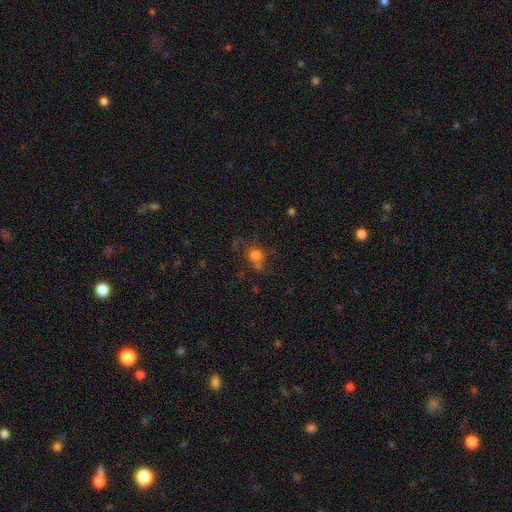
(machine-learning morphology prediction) Smooth or featured?
  - smooth: 74% *
  - star or artifact: 16%
  - featured or disk: 10%
How rounded?
  - round: 85% *
  - in between: 14%
  - cigar-shaped: 1%
Merging?
  - none: 61% *
  - merger: 18%
  - minor disturbance: 15%
  - major disturbance: 7%